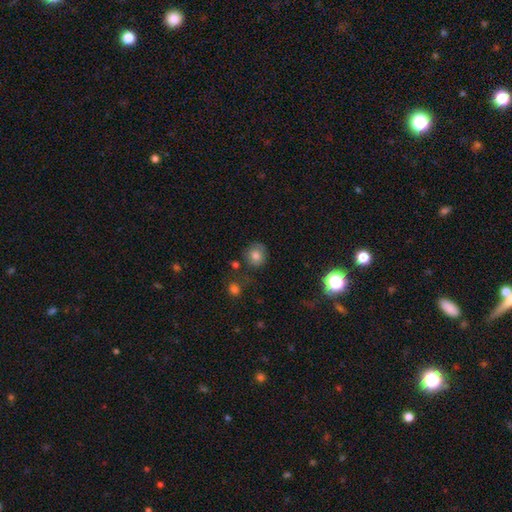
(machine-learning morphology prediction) smooth-or-featured: smooth: 78% | star or artifact: 11% | featured or disk: 11%
  how-rounded: round: 81% | in between: 18% | cigar-shaped: 1%
  merging: none: 72% | minor disturbance: 18% | major disturbance: 6% | merger: 5%